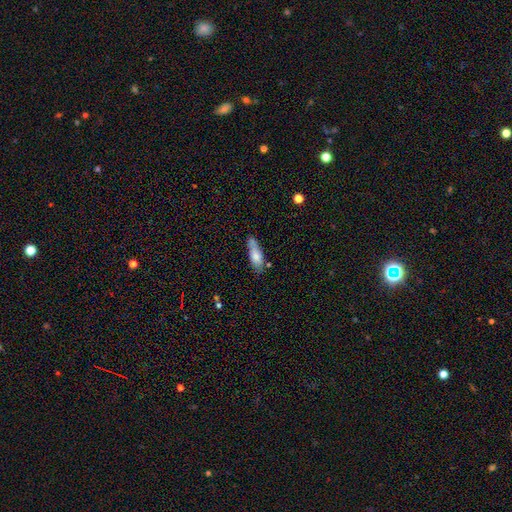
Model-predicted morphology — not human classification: Q: Smooth or featured?
A: smooth (72%); runner-up: featured or disk (21%)
Q: How rounded?
A: in between (57%); runner-up: cigar-shaped (40%)
Q: Merging?
A: none (56%); runner-up: minor disturbance (24%)